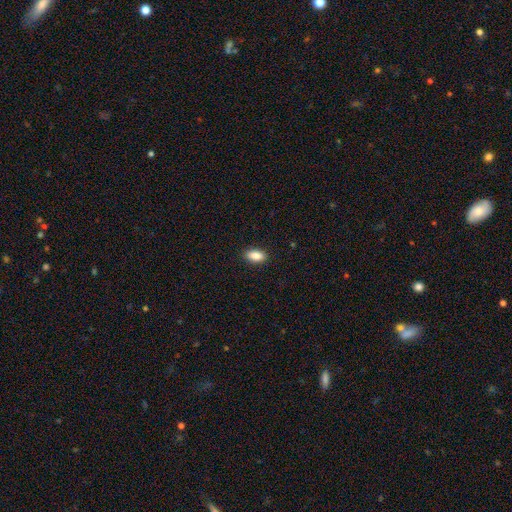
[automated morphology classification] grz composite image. It shows a smooth galaxy with no disk features (87%) that is in between round and cigar-shaped (90%). Merging: none (89%).